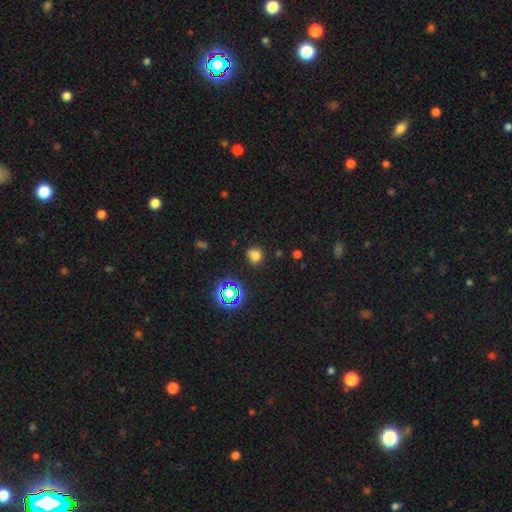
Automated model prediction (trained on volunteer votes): A smooth galaxy with no disk features (69%) that is round (75%).

Vote fractions:
- Smooth or featured? smooth: 69% / star or artifact: 25% / featured or disk: 6%
- How rounded? round: 75% / in between: 24% / cigar-shaped: 1%
- Merging? none: 80% / minor disturbance: 13% / major disturbance: 4% / merger: 3%